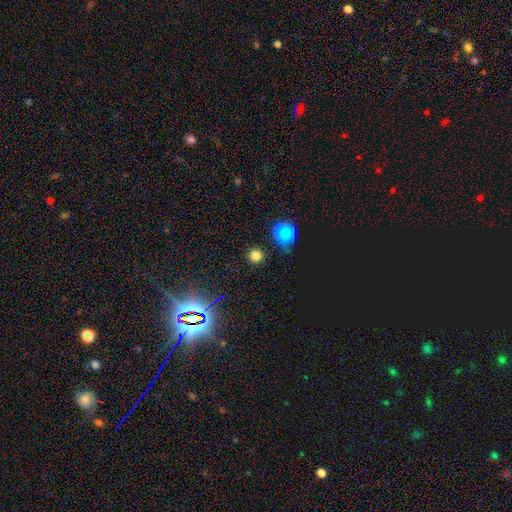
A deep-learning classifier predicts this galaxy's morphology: Q: Smooth or featured?
A: smooth (74%); runner-up: star or artifact (21%)
Q: How rounded?
A: round (93%); runner-up: in between (6%)
Q: Merging?
A: none (89%); runner-up: minor disturbance (7%)